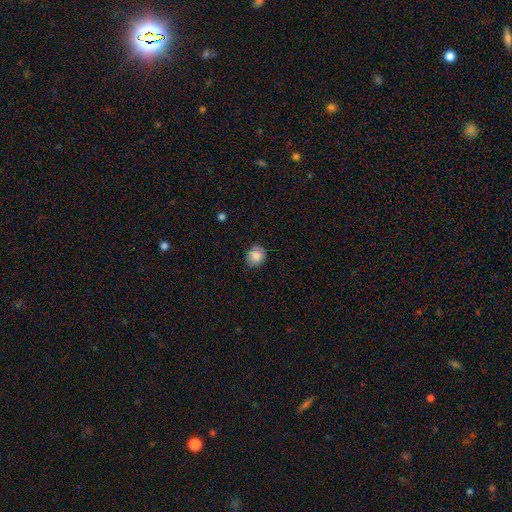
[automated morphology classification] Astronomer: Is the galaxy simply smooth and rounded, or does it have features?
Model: smooth — 86%.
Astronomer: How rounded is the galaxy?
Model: round — 69%.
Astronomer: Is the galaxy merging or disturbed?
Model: none — 82%.